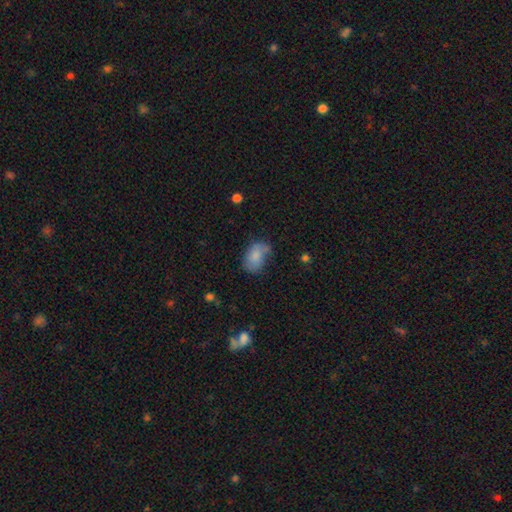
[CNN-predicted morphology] A smooth galaxy with no disk features (80%) that is in between round and cigar-shaped (87%).

Vote fractions:
- Smooth or featured? smooth: 80% / featured or disk: 11% / star or artifact: 9%
- How rounded? in between: 87% / round: 12% / cigar-shaped: 1%
- Merging? none: 50% / minor disturbance: 31% / major disturbance: 11% / merger: 9%